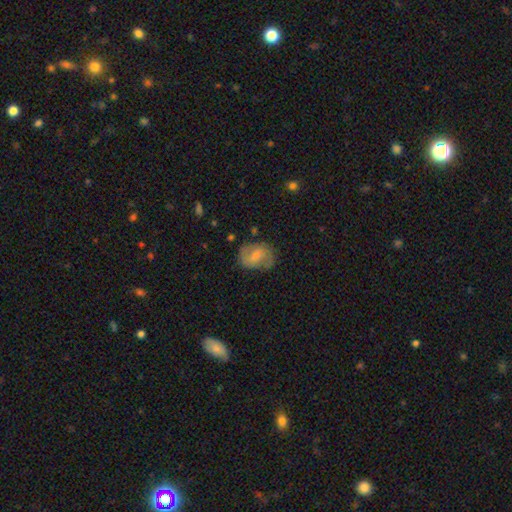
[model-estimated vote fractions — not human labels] smooth_or_featured: smooth (p=0.50) [alt: featured or disk p=0.43]
merging: none (p=0.62) [alt: minor disturbance p=0.25]